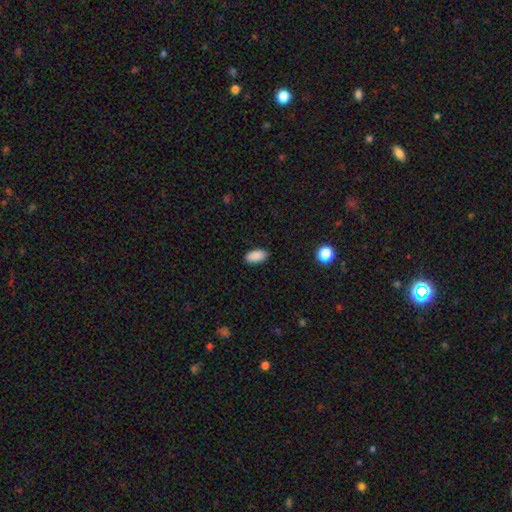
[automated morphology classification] smooth 90%, star or artifact 7%, featured or disk 3%. Down the decision tree: how rounded — in between (93%); merging — none (88%).